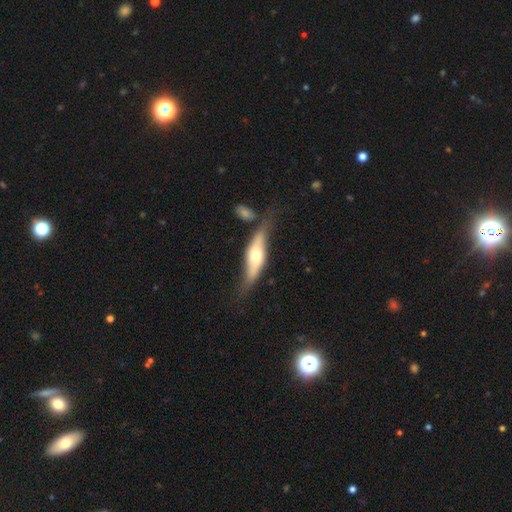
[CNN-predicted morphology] Smooth or featured?
  - featured or disk: 55% *
  - smooth: 39%
  - star or artifact: 6%
Edge-on disk?
  - yes: 69% *
  - no: 31%
Merging?
  - none: 56% *
  - minor disturbance: 24%
  - merger: 10%
  - major disturbance: 10%